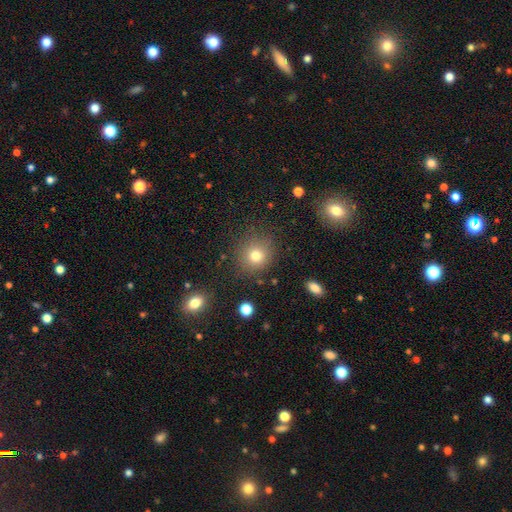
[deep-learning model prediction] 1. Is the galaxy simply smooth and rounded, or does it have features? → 77% smooth, 15% star or artifact, 9% featured or disk.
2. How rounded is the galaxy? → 87% round, 12% in between, 1% cigar-shaped.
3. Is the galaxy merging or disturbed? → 84% none, 10% minor disturbance, 4% major disturbance, 2% merger.